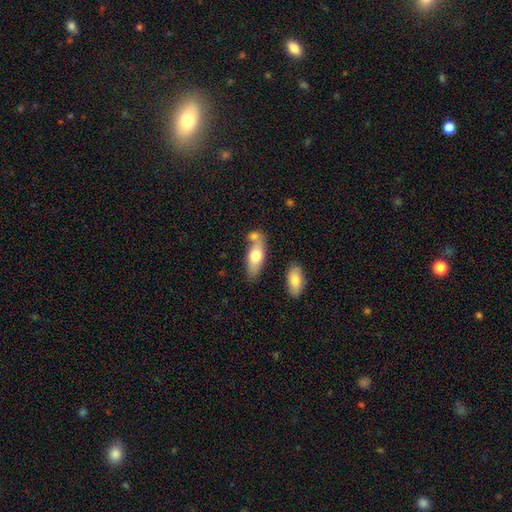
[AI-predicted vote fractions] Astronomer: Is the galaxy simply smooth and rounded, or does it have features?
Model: smooth — 68%.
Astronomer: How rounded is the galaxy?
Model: in between — 74%.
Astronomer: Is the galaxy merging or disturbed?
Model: none — 55%.